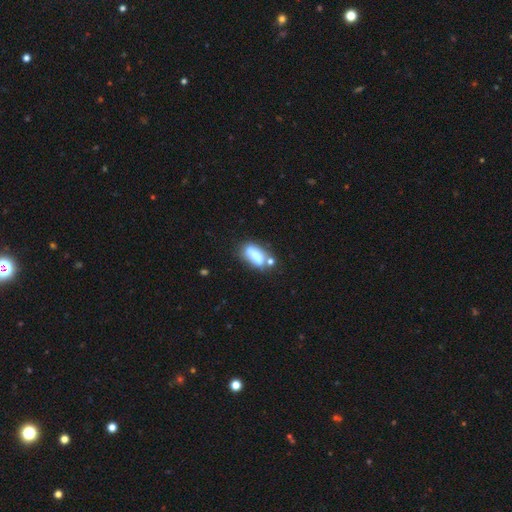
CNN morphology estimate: smooth_or_featured: smooth (p=0.66) [alt: featured or disk p=0.25]
how_rounded: in between (p=0.71) [alt: cigar-shaped p=0.24]
merging: none (p=0.44) [alt: merger p=0.26]